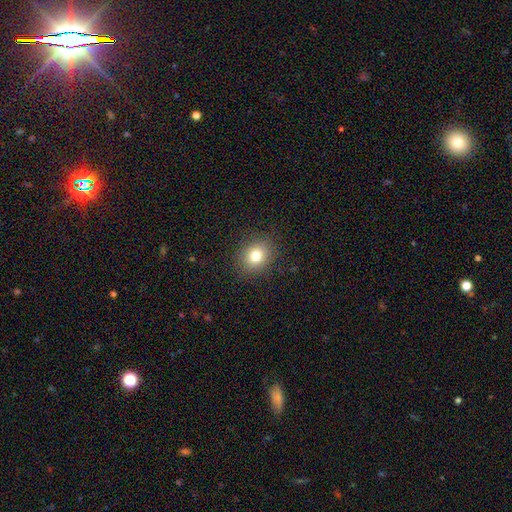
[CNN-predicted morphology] smooth-or-featured: smooth: 79% | star or artifact: 12% | featured or disk: 9%
  how-rounded: round: 64% | in between: 35% | cigar-shaped: 1%
  merging: none: 88% | minor disturbance: 8% | major disturbance: 3% | merger: 1%